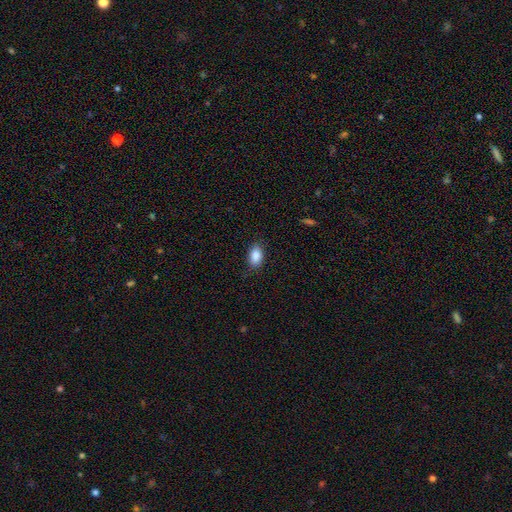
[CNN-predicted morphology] type=smooth (88%); roundness=in between (90%); merging=none (83%).